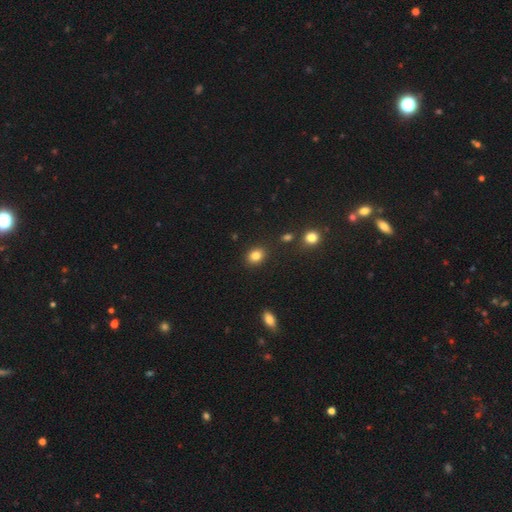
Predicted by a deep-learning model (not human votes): Morphology: type=smooth (84%); roundness=in between (50%); merging=none (87%).